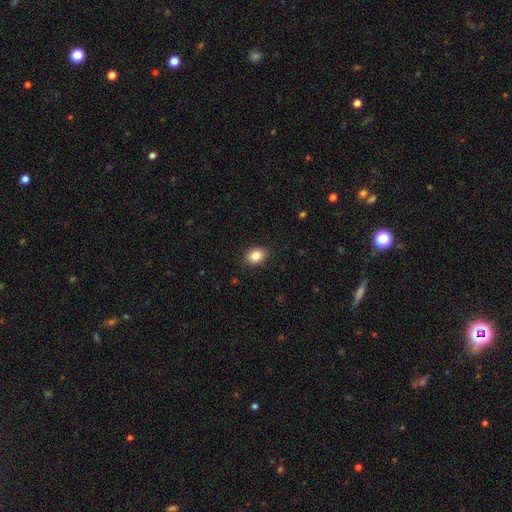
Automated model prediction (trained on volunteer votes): A smooth galaxy with no disk features (85%) that is in between round and cigar-shaped (54%).

Vote fractions:
- Smooth or featured? smooth: 85% / star or artifact: 9% / featured or disk: 6%
- How rounded? in between: 54% / round: 45% / cigar-shaped: 1%
- Merging? none: 89% / minor disturbance: 8% / major disturbance: 2% / merger: 1%